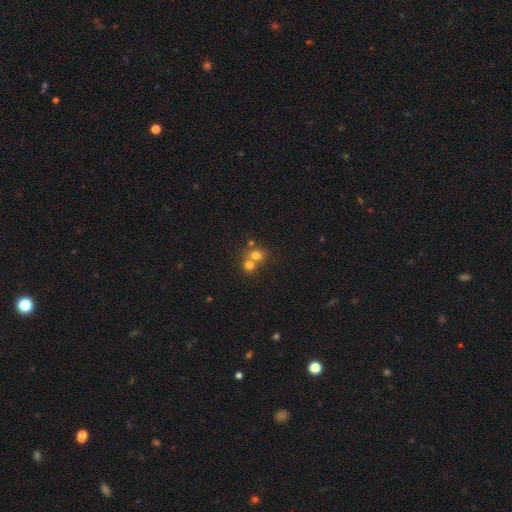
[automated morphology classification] smooth_or_featured: smooth (p=0.72) [alt: star or artifact p=0.14]
how_rounded: round (p=0.81) [alt: in between p=0.18]
merging: merger (p=0.56) [alt: none p=0.37]